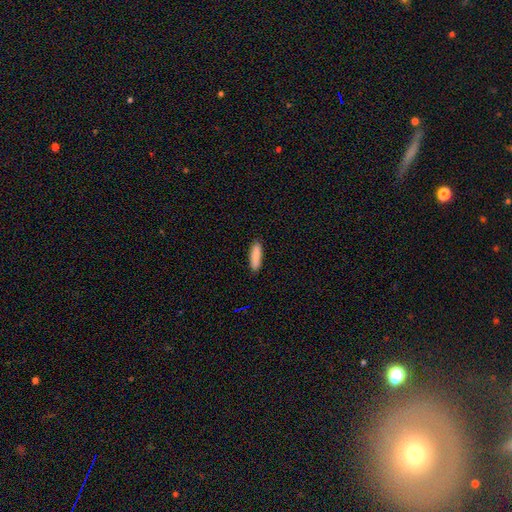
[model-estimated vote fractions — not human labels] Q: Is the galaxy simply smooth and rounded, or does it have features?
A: smooth — 87%.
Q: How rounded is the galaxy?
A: cigar-shaped — 60%.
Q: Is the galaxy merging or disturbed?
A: none — 89%.